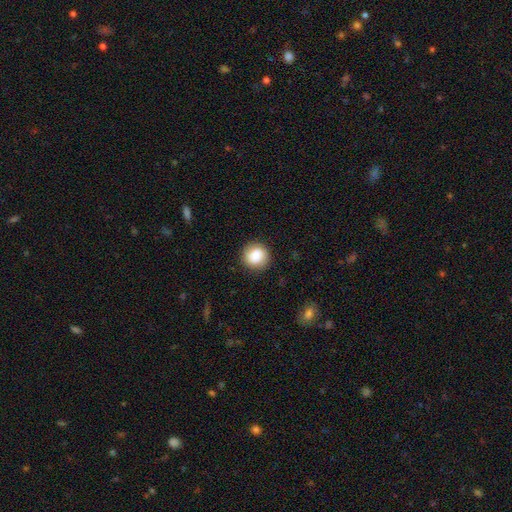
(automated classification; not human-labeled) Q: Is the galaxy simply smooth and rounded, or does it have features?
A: smooth — 76%.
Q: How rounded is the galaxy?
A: round — 89%.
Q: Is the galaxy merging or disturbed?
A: none — 84%.